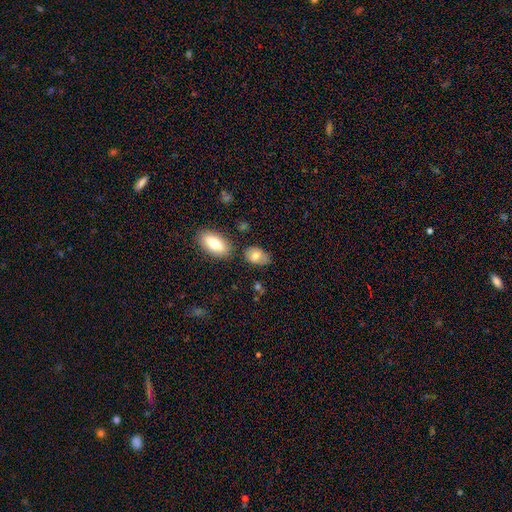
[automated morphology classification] This is likely a smooth galaxy (77%). How rounded: clearly in between (86%). Merging: likely none (65%).